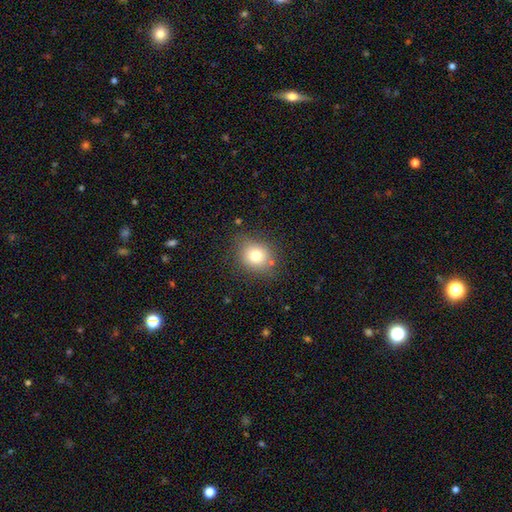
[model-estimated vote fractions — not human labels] Morphology: type=smooth (77%); roundness=round (67%); merging=none (79%).